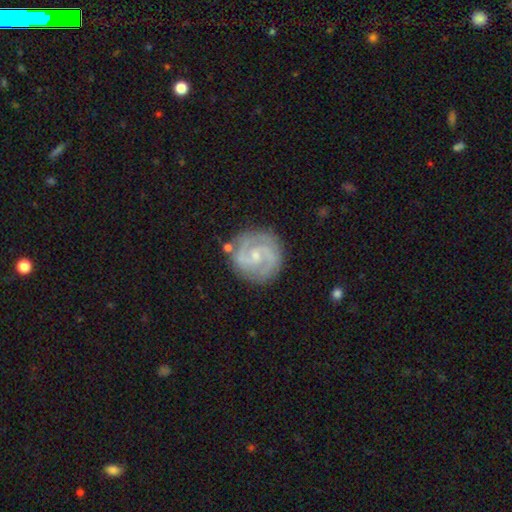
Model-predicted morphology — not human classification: A featured or disk galaxy (88%) with no bar (46%), 2 (84%) tight (47%) spiral arms (98%) and a small central bulge (71%).

Vote fractions:
- Smooth or featured? featured or disk: 88% / smooth: 8% / star or artifact: 5%
- Edge-on disk? no: 98% / yes: 2%
- Bar? no: 46% / weak: 44% / strong: 10%
- Spiral arms? yes: 98% / no: 2%
- Spiral winding? tight: 47% / medium: 45% / loose: 8%
- Spiral arm count? 2: 84% / 3: 7% / can't tell: 4% / 1: 2% / 4: 2% / more than 4: 1%
- Bulge size? small: 71% / moderate: 23% / none: 4% / large: 1% / dominant: 1%
- Merging? none: 80% / minor disturbance: 13% / major disturbance: 4% / merger: 3%